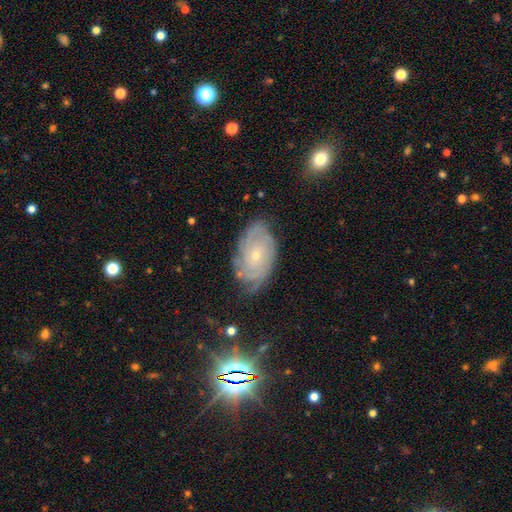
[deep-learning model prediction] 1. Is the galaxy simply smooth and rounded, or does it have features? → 75% featured or disk, 16% smooth, 9% star or artifact.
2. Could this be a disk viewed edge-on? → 95% no, 5% yes.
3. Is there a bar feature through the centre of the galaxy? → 78% no, 18% weak, 3% strong.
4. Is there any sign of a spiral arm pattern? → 92% yes, 8% no.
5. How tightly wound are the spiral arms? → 71% tight, 23% medium, 6% loose.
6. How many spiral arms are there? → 46% can't tell, 16% 2, 14% 3, 13% 4, 7% more than 4, 5% 1.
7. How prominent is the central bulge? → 78% small, 18% moderate, 2% none, 1% large, 1% dominant.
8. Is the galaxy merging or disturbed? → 73% none, 20% minor disturbance, 5% major disturbance, 2% merger.